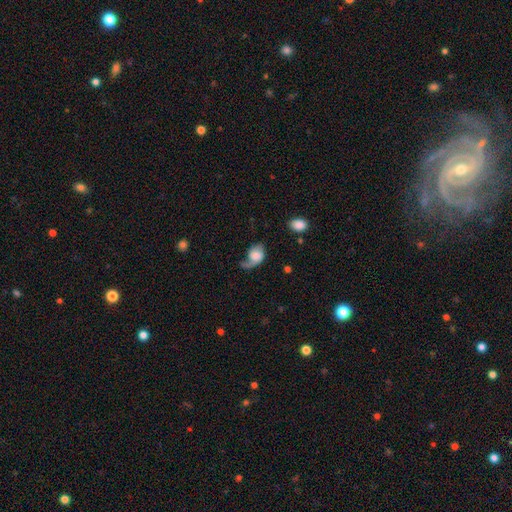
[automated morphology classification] Smooth or featured?
  - smooth: 48% *
  - featured or disk: 44%
  - star or artifact: 9%
Merging?
  - major disturbance: 44% *
  - none: 27%
  - minor disturbance: 24%
  - merger: 6%